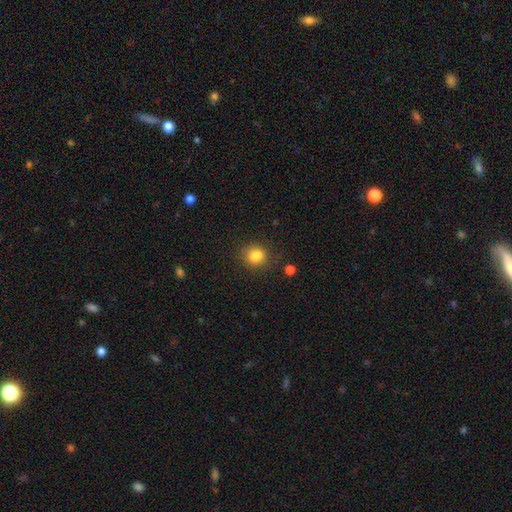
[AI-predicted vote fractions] A smooth galaxy with no disk features (83%) that is round (70%).

Vote fractions:
- Smooth or featured? smooth: 83% / star or artifact: 11% / featured or disk: 6%
- How rounded? round: 70% / in between: 29% / cigar-shaped: 1%
- Merging? none: 73% / minor disturbance: 16% / merger: 7% / major disturbance: 5%